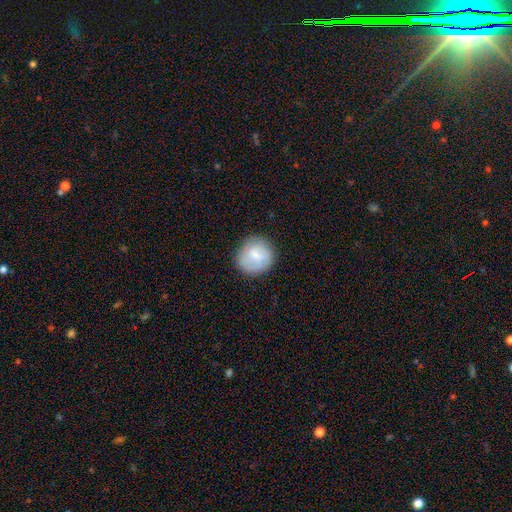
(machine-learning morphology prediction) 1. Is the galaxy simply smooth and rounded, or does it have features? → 76% smooth, 17% featured or disk, 7% star or artifact.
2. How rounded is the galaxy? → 85% round, 14% in between, 1% cigar-shaped.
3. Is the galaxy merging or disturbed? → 79% none, 15% minor disturbance, 5% major disturbance, 1% merger.